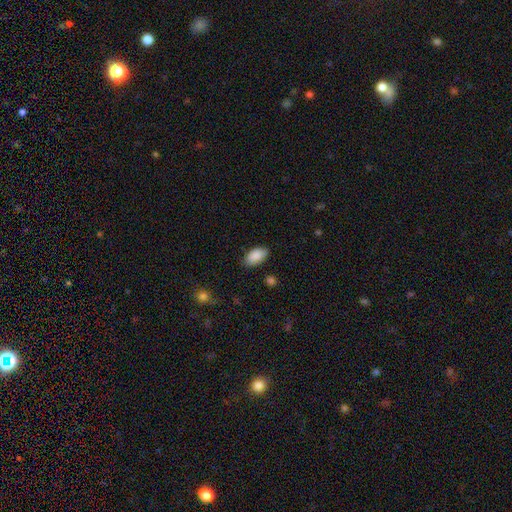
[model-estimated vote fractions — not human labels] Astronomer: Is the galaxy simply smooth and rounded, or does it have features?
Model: smooth — 88%.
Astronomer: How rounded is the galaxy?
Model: in between — 94%.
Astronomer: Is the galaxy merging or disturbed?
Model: none — 83%.